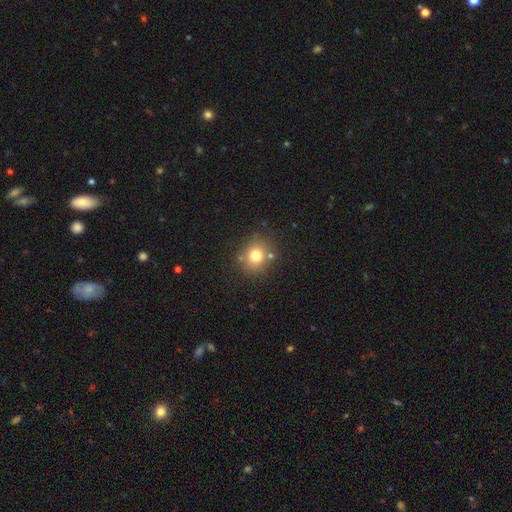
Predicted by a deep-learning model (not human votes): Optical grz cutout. It shows a smooth galaxy with no disk features (76%) that is round (78%). Merging: none (78%).